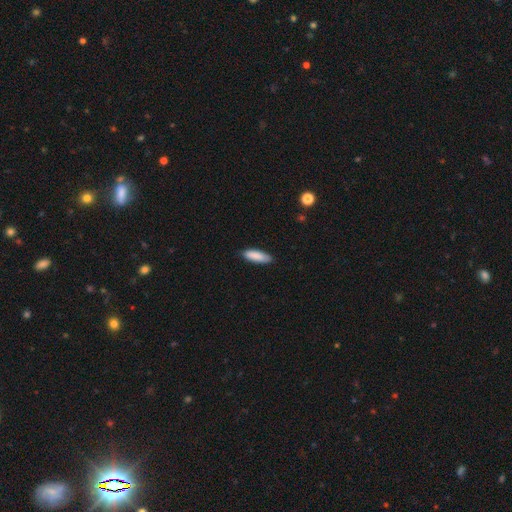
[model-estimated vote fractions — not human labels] Smooth or featured? smooth (88%)
How rounded? cigar-shaped (51%)
Merging? none (85%)